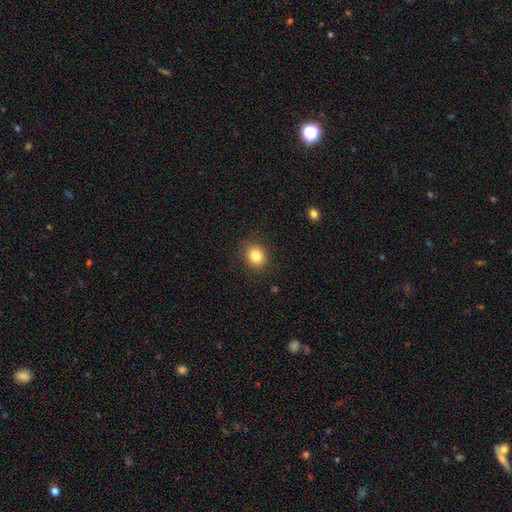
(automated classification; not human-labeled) This appears to be a smooth galaxy with no disk features (83%) that is round (77%). Merging: none (89%).